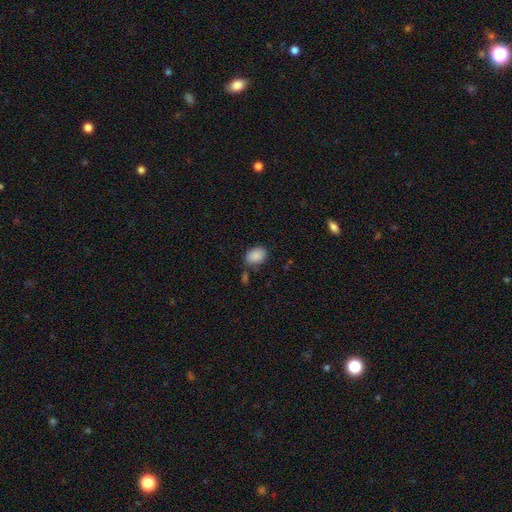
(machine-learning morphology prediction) A smooth galaxy with no disk features (88%) that is in between round and cigar-shaped (76%). Merging: none (71%).